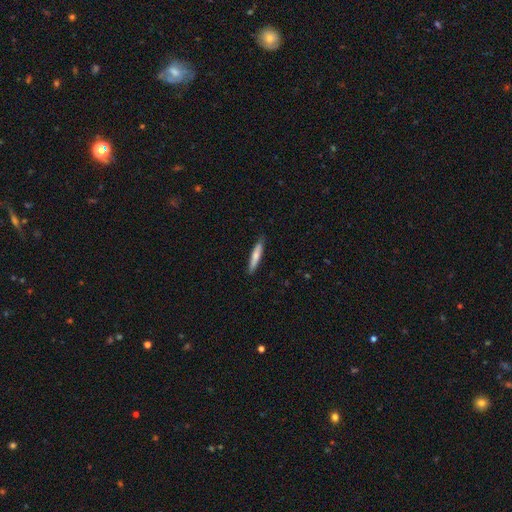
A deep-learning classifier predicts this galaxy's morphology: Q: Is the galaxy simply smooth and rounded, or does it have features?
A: smooth — 69%.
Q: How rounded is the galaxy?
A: cigar-shaped — 91%.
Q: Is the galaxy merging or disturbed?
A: none — 88%.